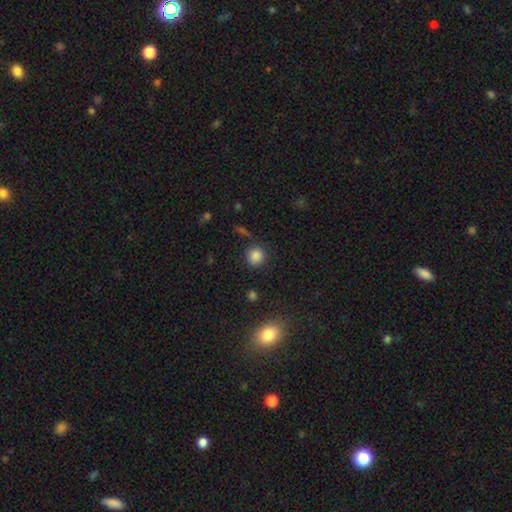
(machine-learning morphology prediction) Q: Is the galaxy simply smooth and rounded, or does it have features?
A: smooth — 83%.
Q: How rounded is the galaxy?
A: round — 89%.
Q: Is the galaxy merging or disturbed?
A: none — 82%.